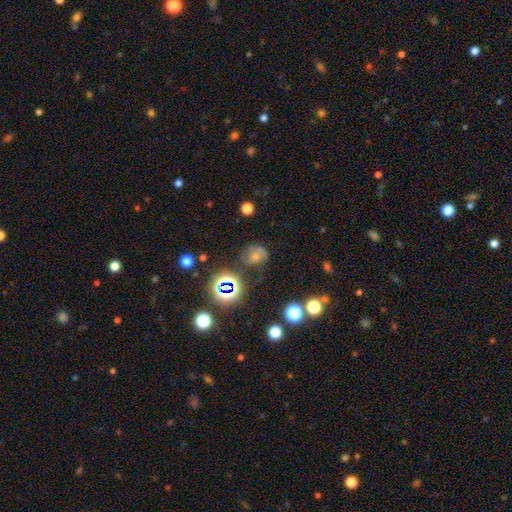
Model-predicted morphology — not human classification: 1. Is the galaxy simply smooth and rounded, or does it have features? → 50% smooth, 28% star or artifact, 21% featured or disk.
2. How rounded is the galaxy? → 55% round, 44% in between, 1% cigar-shaped.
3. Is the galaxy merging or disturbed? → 48% none, 27% minor disturbance, 17% major disturbance, 7% merger.